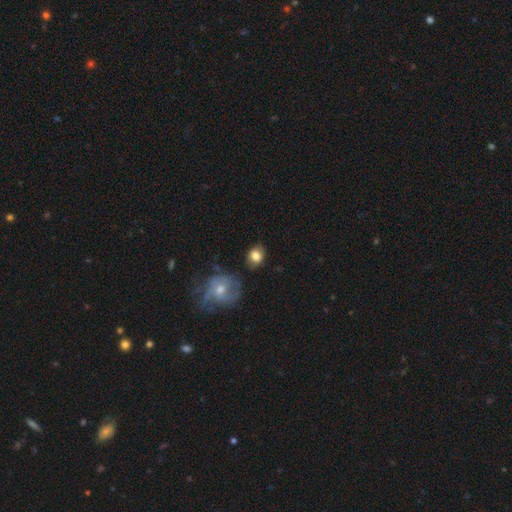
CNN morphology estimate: A smooth galaxy with no disk features (79%) that is in between round and cigar-shaped (50%). Merging: none (70%).